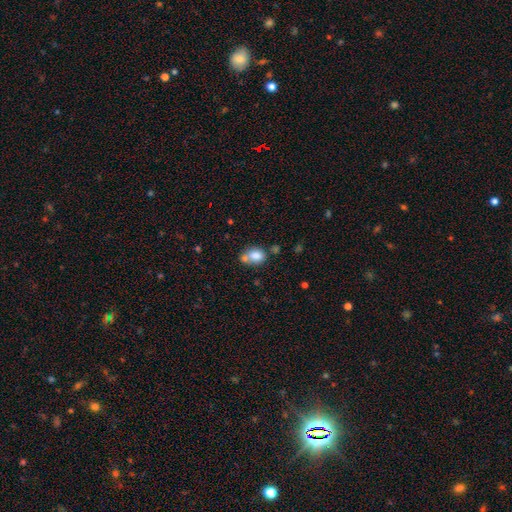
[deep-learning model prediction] Overall: smooth (79%). How rounded: in between (64%; round 35%). Merging: none (40%; merger 39%).